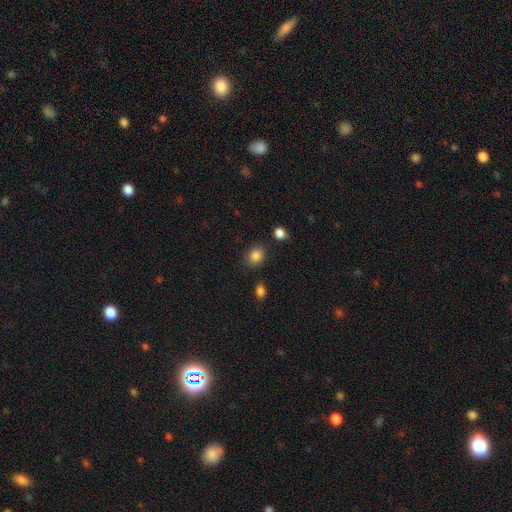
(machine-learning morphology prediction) Overall: smooth (86%). How rounded: round (58%; in between 41%). Merging: none (83%).